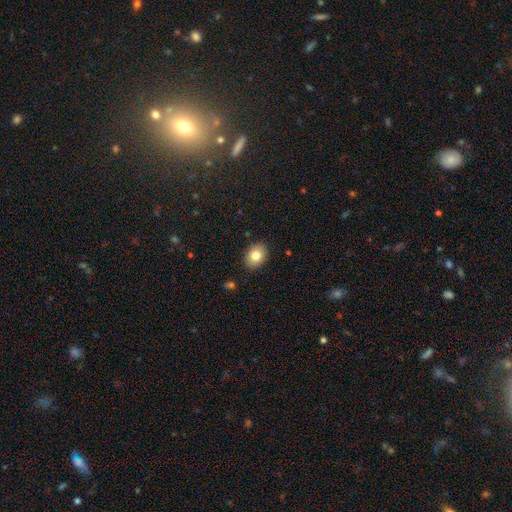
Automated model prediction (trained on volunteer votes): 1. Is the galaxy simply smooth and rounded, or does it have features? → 81% smooth, 11% featured or disk, 8% star or artifact.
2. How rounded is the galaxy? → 68% in between, 31% round, 1% cigar-shaped.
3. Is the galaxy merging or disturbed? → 88% none, 9% minor disturbance, 2% major disturbance, 1% merger.